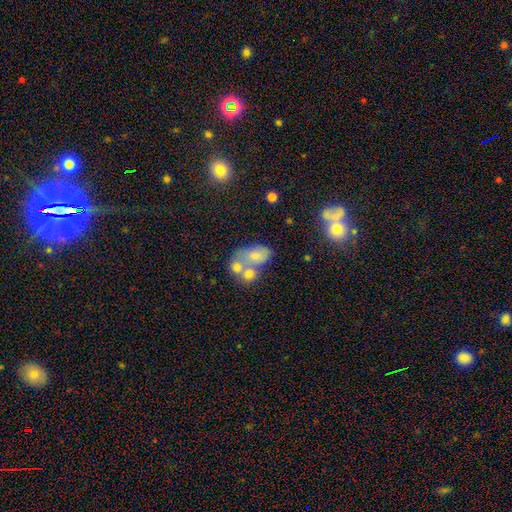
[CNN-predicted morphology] Smooth or featured? smooth (57%)
How rounded? in between (81%)
Merging? merger (54%)